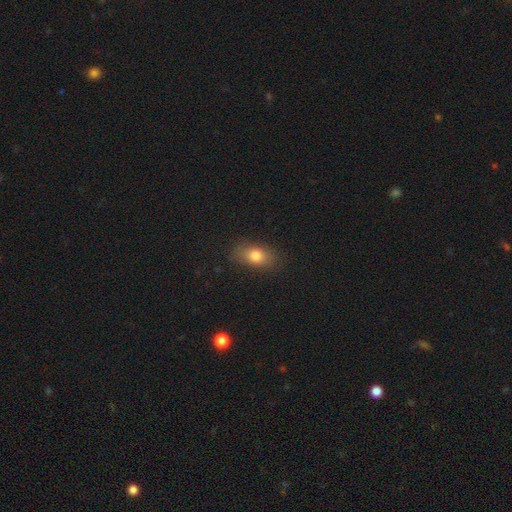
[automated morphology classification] Smooth or featured?
  - smooth: 79% *
  - featured or disk: 11%
  - star or artifact: 9%
How rounded?
  - in between: 80% *
  - round: 14%
  - cigar-shaped: 6%
Merging?
  - none: 82% *
  - minor disturbance: 14%
  - major disturbance: 4%
  - merger: 1%